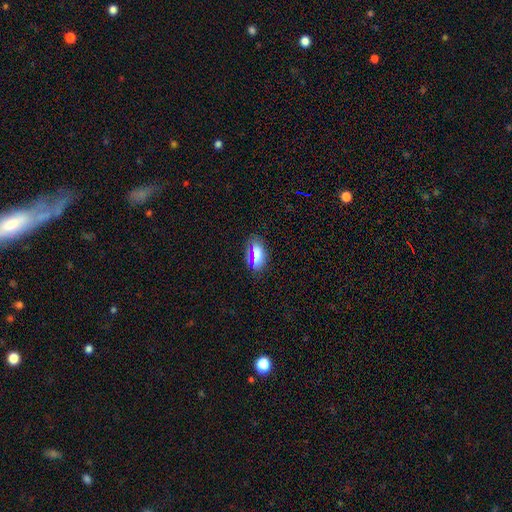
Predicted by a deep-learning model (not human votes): smooth_or_featured: smooth (p=0.73) [alt: star or artifact p=0.16]
how_rounded: in between (p=0.81) [alt: cigar-shaped p=0.11]
merging: none (p=0.81) [alt: minor disturbance p=0.14]